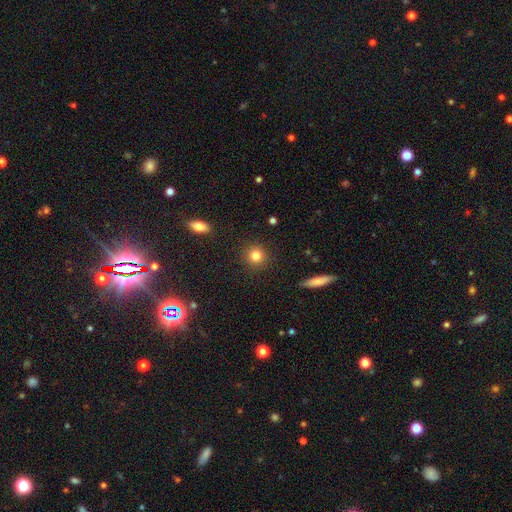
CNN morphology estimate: Smooth or featured? Predicted: smooth (p=0.83). How rounded? Predicted: round (p=0.91). Merging? Predicted: none (p=0.90).